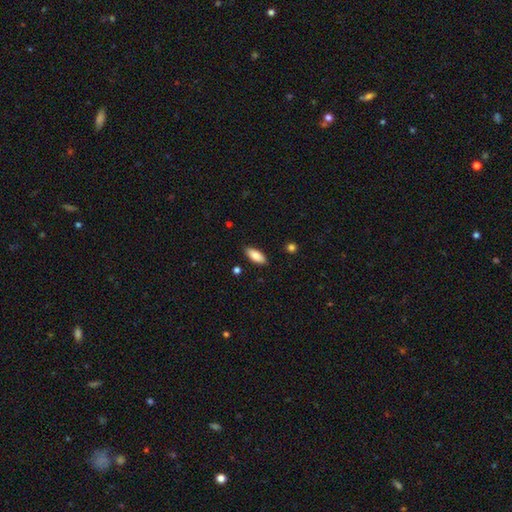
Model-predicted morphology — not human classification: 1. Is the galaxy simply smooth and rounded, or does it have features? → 85% smooth, 9% featured or disk, 6% star or artifact.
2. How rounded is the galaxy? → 84% in between, 14% cigar-shaped, 2% round.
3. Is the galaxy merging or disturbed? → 88% none, 9% minor disturbance, 2% major disturbance, 1% merger.